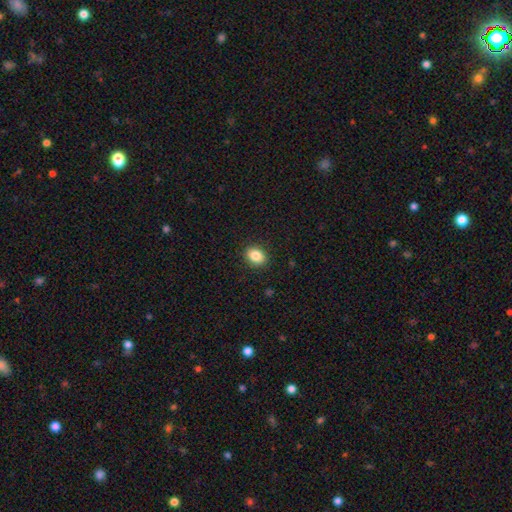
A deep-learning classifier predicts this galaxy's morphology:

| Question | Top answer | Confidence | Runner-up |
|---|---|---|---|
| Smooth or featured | smooth | 85% | star or artifact (9%) |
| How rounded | in between | 57% | round (42%) |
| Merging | none | 89% | minor disturbance (7%) |